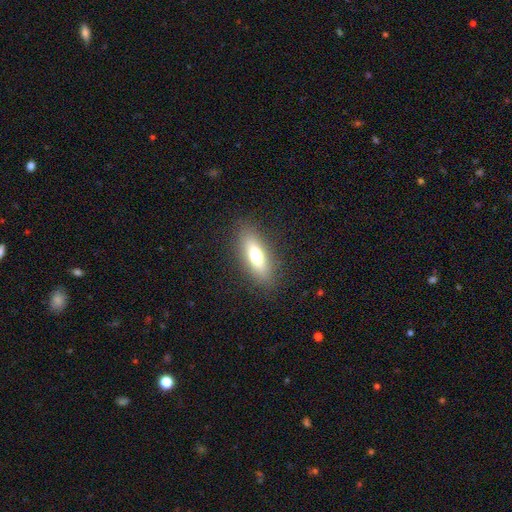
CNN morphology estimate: Smooth or featured: smooth — 64% (featured or disk — 27%)
How rounded: in between — 61% (cigar-shaped — 35%)
Merging: none — 87% (minor disturbance — 9%)